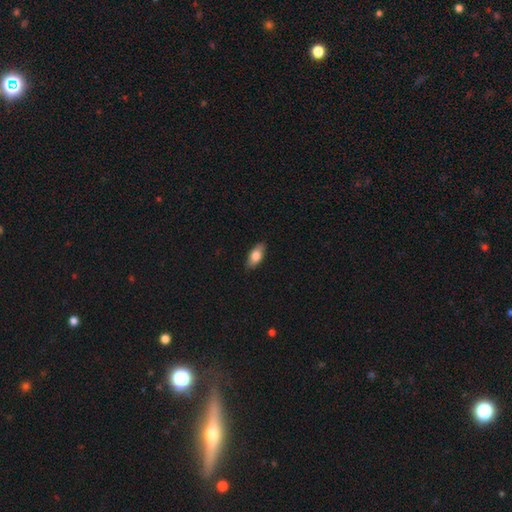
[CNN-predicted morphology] smooth_or_featured: smooth (p=0.78) [alt: featured or disk p=0.15]
how_rounded: in between (p=0.85) [alt: cigar-shaped p=0.11]
merging: none (p=0.86) [alt: minor disturbance p=0.11]